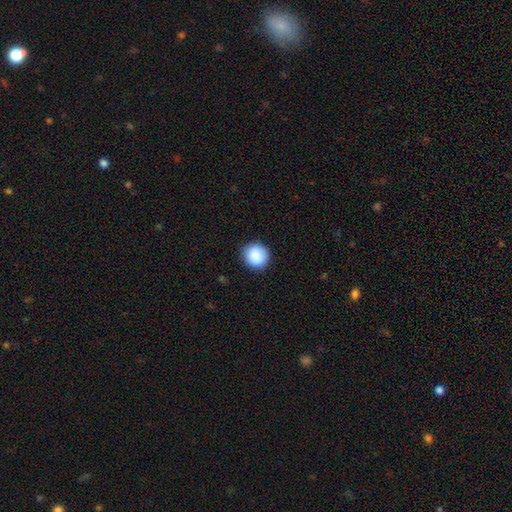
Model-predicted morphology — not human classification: Smooth or featured? smooth (89%)
How rounded? round (92%)
Merging? none (89%)